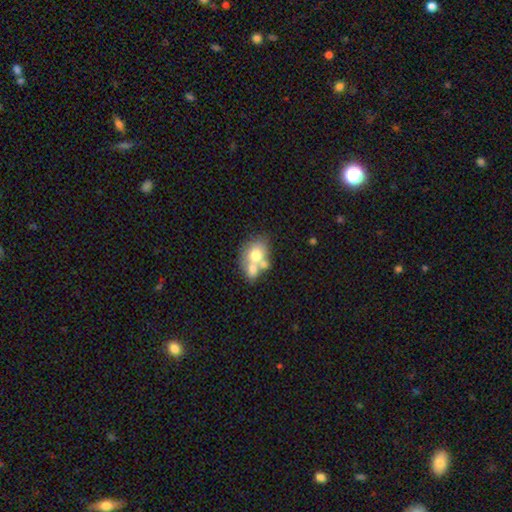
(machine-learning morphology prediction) A smooth galaxy with no disk features (63%) that is in between round and cigar-shaped (56%). Merging: merger (57%).